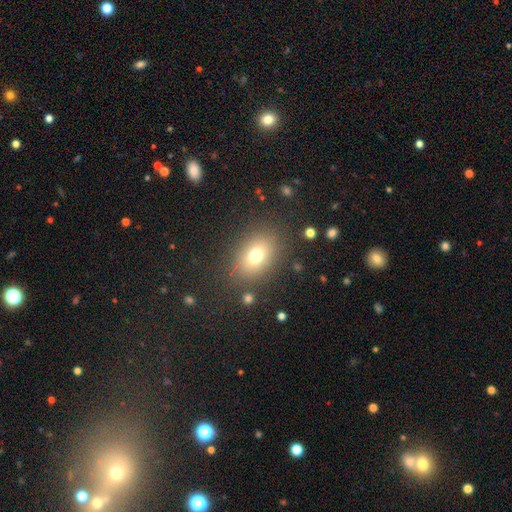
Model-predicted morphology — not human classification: Smooth or featured? smooth (73%)
How rounded? in between (68%)
Merging? none (83%)